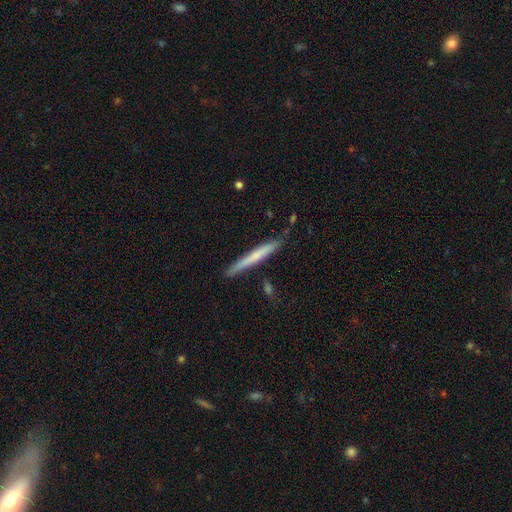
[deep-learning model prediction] Smooth or featured: smooth — 61% (featured or disk — 34%)
How rounded: cigar-shaped — 97% (in between — 2%)
Merging: none — 83% (minor disturbance — 12%)